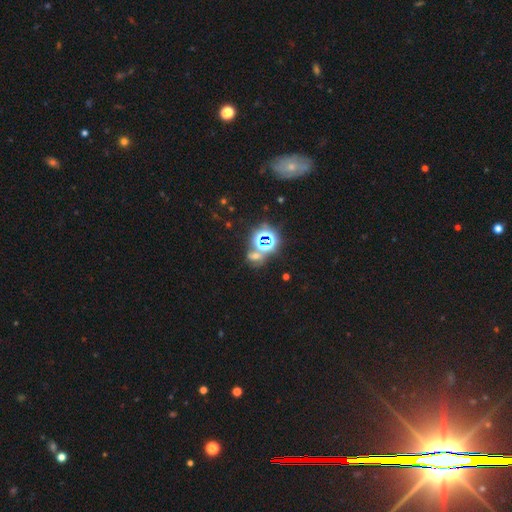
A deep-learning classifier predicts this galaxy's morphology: type=star or artifact (62%).